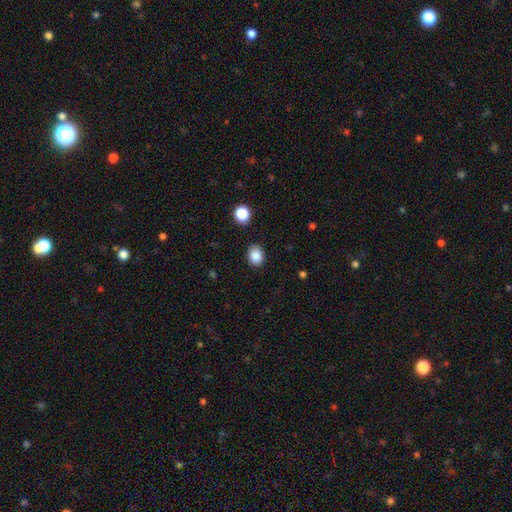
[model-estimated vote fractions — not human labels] smooth-or-featured: smooth: 86% | star or artifact: 10% | featured or disk: 4%
  how-rounded: in between: 51% | round: 48% | cigar-shaped: 1%
  merging: none: 88% | minor disturbance: 8% | major disturbance: 2% | merger: 2%